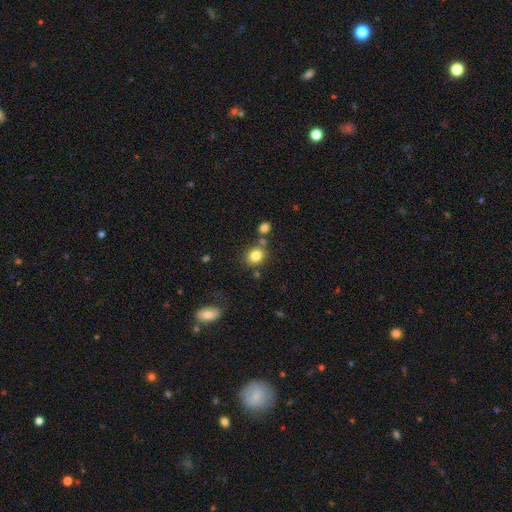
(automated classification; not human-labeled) A smooth galaxy with no disk features (82%) that is round (58%). Merging: none (70%).